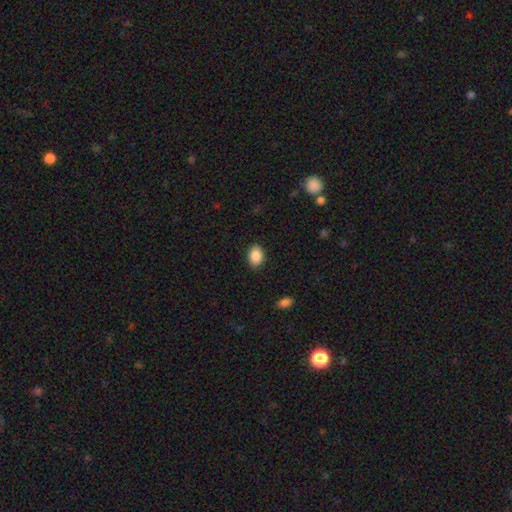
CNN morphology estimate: smooth 89%, star or artifact 8%, featured or disk 3%. Down the decision tree: how rounded — in between (78%); merging — none (88%).